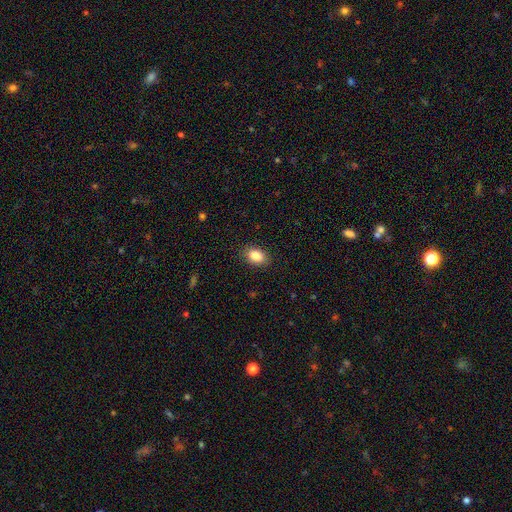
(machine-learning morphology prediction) Smooth or featured?
  - smooth: 87% *
  - star or artifact: 8%
  - featured or disk: 5%
How rounded?
  - in between: 86% *
  - round: 13%
  - cigar-shaped: 1%
Merging?
  - none: 87% *
  - minor disturbance: 9%
  - major disturbance: 2%
  - merger: 1%